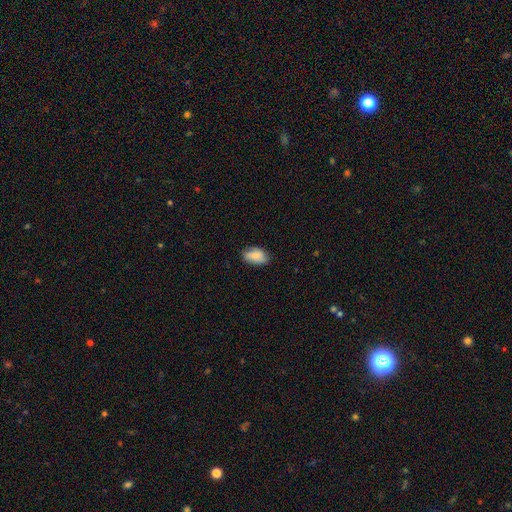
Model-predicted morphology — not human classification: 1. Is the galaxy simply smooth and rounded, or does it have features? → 79% smooth, 13% featured or disk, 7% star or artifact.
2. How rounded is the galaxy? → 91% in between, 7% round, 3% cigar-shaped.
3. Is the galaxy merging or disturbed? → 73% none, 22% minor disturbance, 4% major disturbance, 1% merger.